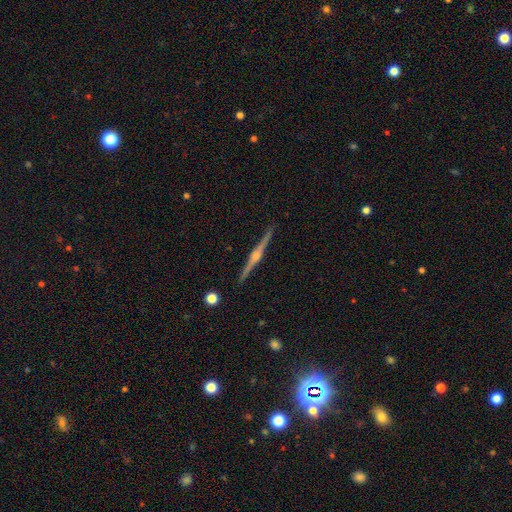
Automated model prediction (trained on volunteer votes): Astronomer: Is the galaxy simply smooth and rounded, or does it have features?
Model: featured or disk — 86%.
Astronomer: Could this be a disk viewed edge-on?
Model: yes — 99%.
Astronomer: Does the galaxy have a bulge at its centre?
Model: rounded — 87%.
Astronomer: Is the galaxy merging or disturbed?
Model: none — 92%.